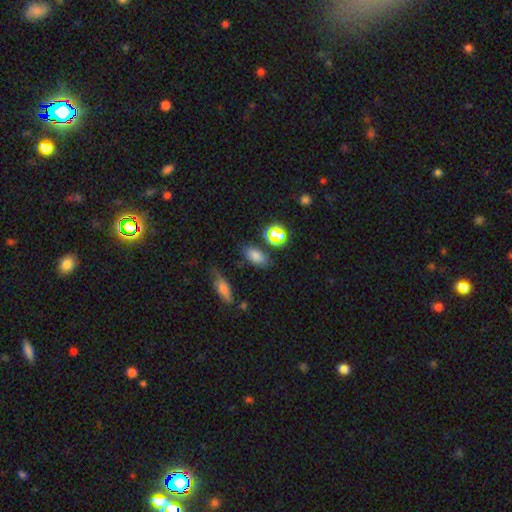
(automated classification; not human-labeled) smooth-or-featured: smooth: 74% | star or artifact: 19% | featured or disk: 8%
  how-rounded: in between: 88% | round: 8% | cigar-shaped: 4%
  merging: none: 77% | minor disturbance: 14% | merger: 5% | major disturbance: 4%